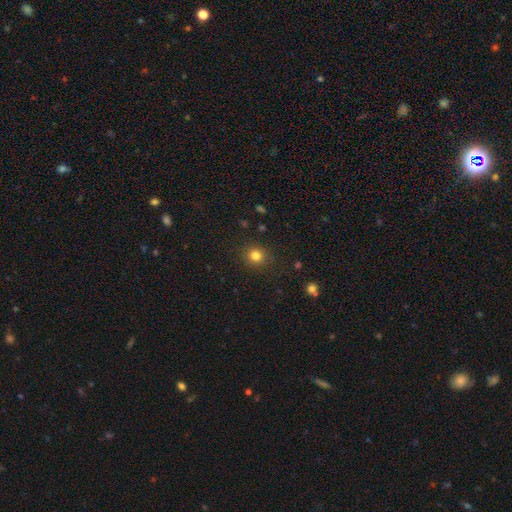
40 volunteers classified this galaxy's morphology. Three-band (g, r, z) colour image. It shows a smooth galaxy with no disk features (82%) that is round (85%). Merging: none (84%).